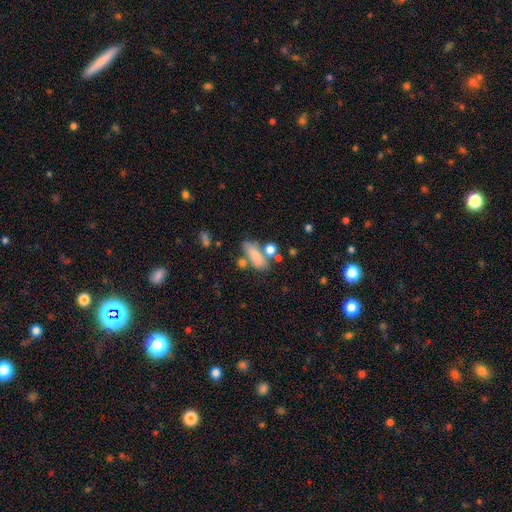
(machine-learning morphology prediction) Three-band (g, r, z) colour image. It shows a smooth galaxy with no disk features (77%) that is in between round and cigar-shaped (72%). Merging: none (53%).